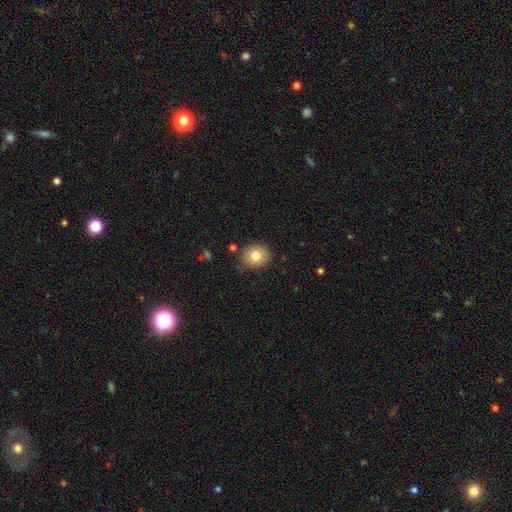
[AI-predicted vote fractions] Smooth or featured? smooth (79%)
How rounded? round (74%)
Merging? none (84%)